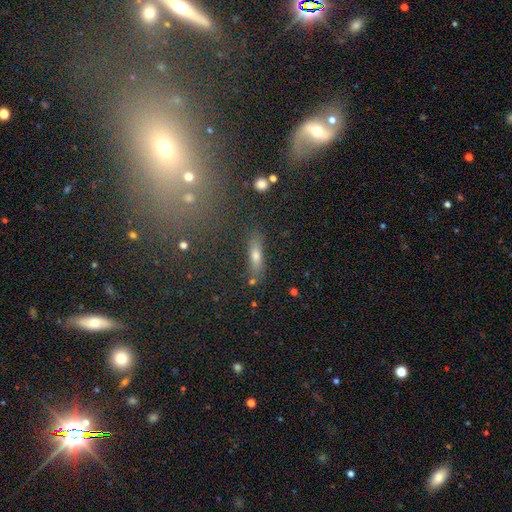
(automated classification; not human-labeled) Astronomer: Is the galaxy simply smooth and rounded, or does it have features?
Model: smooth — 60%.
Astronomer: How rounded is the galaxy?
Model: cigar-shaped — 62%.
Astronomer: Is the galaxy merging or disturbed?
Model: none — 79%.